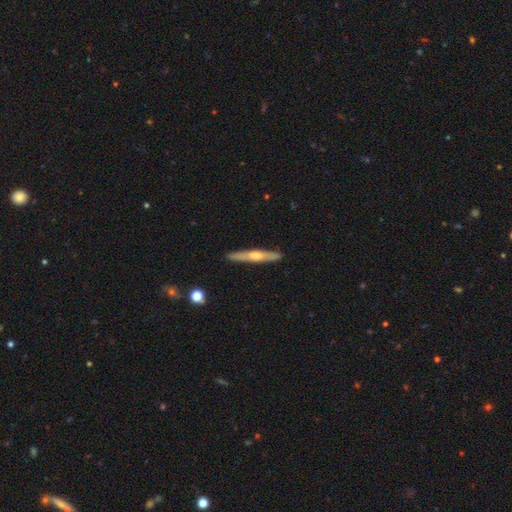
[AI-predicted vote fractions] This appears to be a featured or disk galaxy (61%) viewed edge-on (95%) with a rounded central bulge (84%). Merging: none (90%).